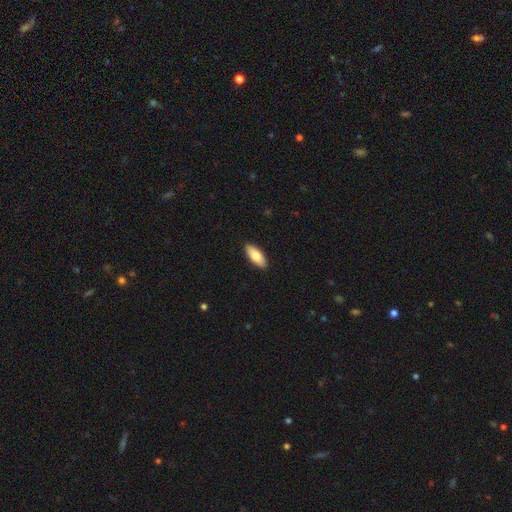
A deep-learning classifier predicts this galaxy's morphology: The model was most divided on "how rounded": in between: 76%, cigar-shaped: 22%, round: 2%. More confident: merging — none (90%); smooth or featured — smooth (77%).